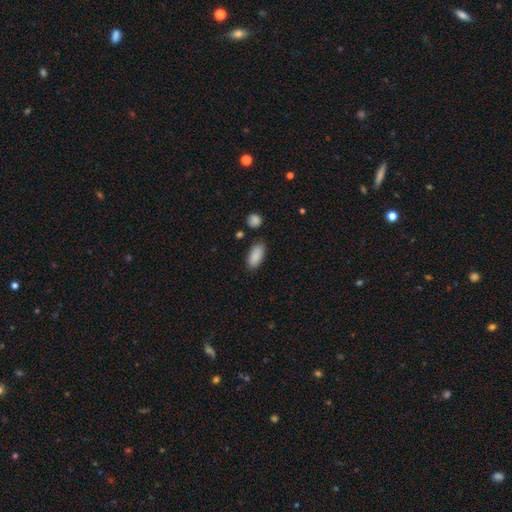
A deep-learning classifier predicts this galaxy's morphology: Smooth or featured: smooth — 89% (star or artifact — 7%)
How rounded: in between — 89% (cigar-shaped — 9%)
Merging: none — 82% (minor disturbance — 11%)